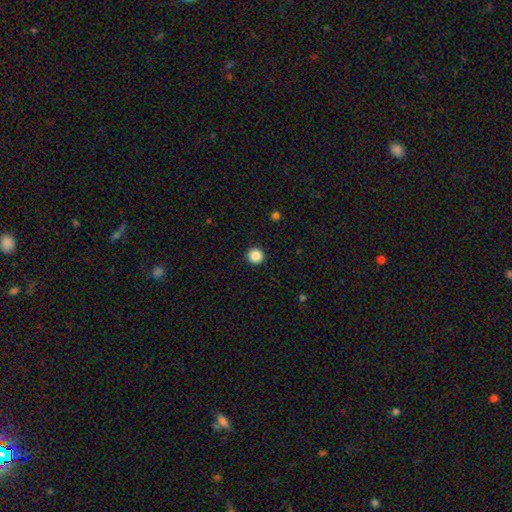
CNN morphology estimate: A smooth galaxy with no disk features (87%) that is round (96%). Merging: none (94%).